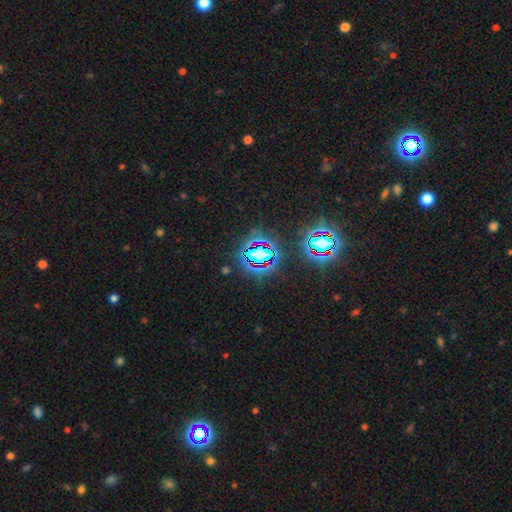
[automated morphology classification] star or artifact 70%, smooth 19%, featured or disk 11%.